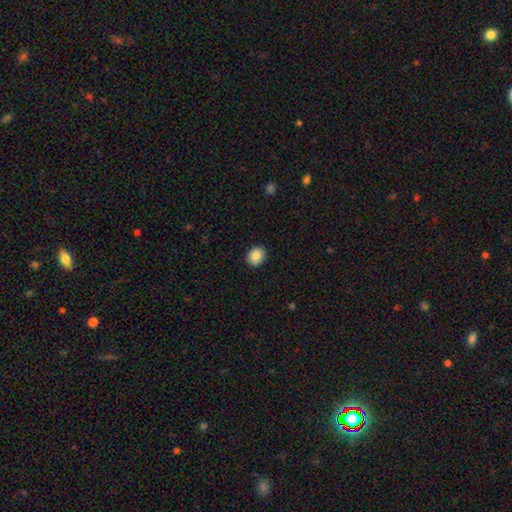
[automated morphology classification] Overall: smooth (85%). How rounded: round (69%; in between 30%). Merging: none (90%).